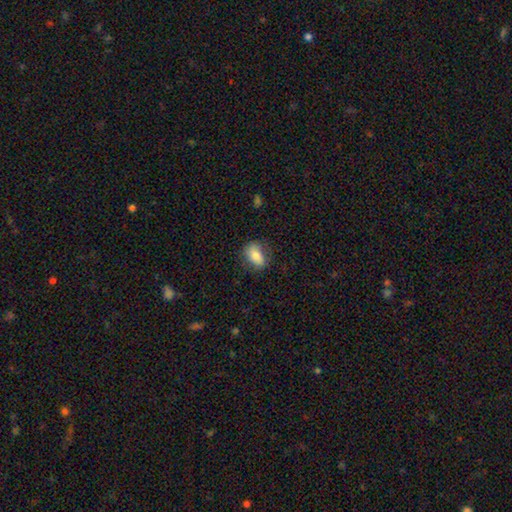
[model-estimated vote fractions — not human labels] smooth-or-featured: smooth: 79% | featured or disk: 14% | star or artifact: 8%
  how-rounded: in between: 84% | round: 14% | cigar-shaped: 3%
  merging: none: 76% | minor disturbance: 18% | major disturbance: 5% | merger: 1%